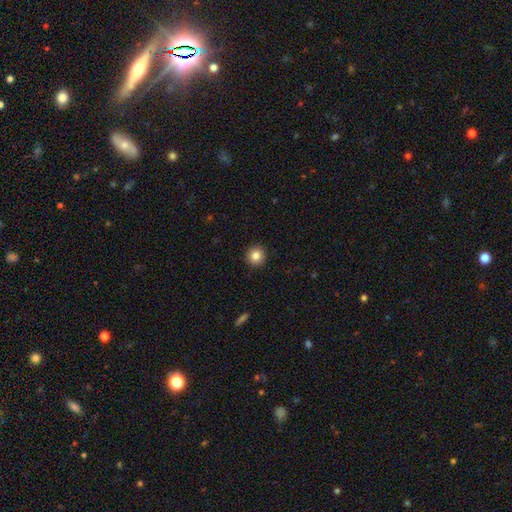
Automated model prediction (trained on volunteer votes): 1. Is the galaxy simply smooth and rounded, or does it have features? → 84% smooth, 10% star or artifact, 5% featured or disk.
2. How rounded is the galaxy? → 95% round, 4% in between, 1% cigar-shaped.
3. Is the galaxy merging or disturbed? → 93% none, 5% minor disturbance, 2% major disturbance, 1% merger.